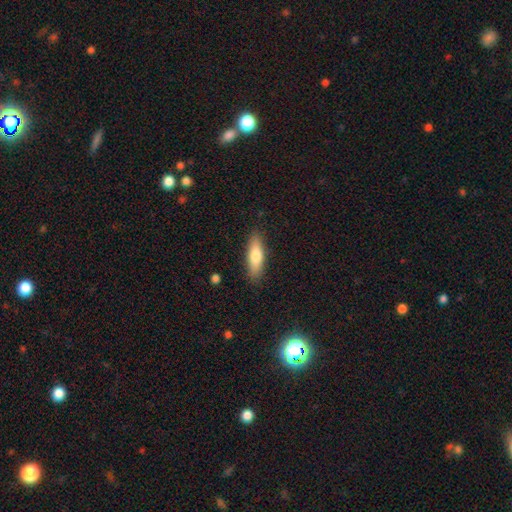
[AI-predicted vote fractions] Smooth or featured? smooth (72%)
How rounded? cigar-shaped (53%)
Merging? none (87%)